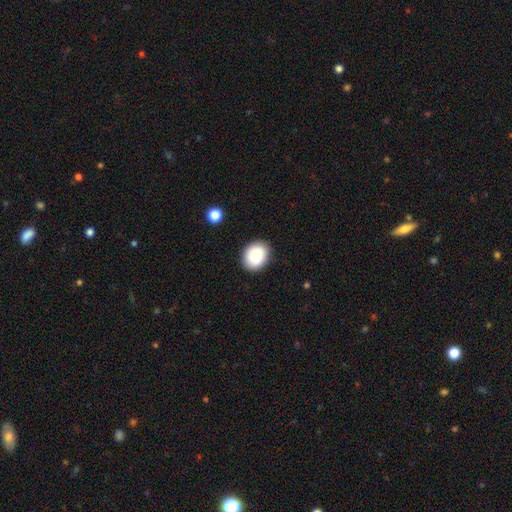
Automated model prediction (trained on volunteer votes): smooth-or-featured: smooth: 86% | star or artifact: 7% | featured or disk: 6%
  how-rounded: in between: 51% | round: 48% | cigar-shaped: 1%
  merging: none: 87% | minor disturbance: 10% | major disturbance: 2% | merger: 1%